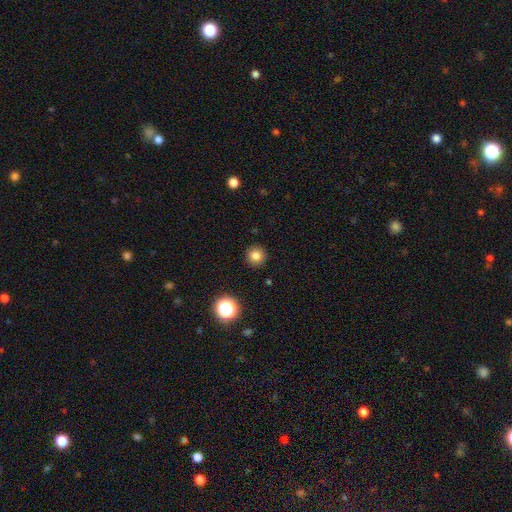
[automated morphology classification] Smooth or featured?
  - smooth: 81% *
  - star or artifact: 13%
  - featured or disk: 5%
How rounded?
  - round: 94% *
  - in between: 5%
  - cigar-shaped: 1%
Merging?
  - none: 91% *
  - minor disturbance: 6%
  - major disturbance: 2%
  - merger: 1%